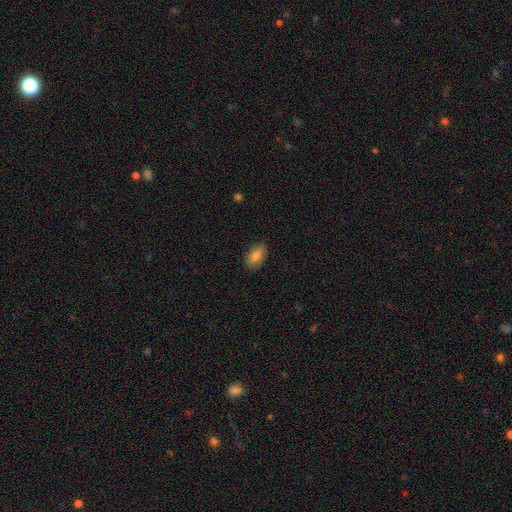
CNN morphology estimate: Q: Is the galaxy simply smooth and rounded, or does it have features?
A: smooth — 83%.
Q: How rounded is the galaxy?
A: in between — 92%.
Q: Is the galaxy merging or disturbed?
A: none — 87%.